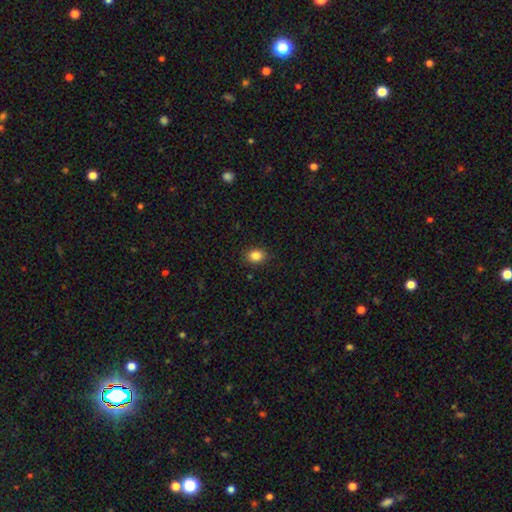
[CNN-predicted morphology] Smooth or featured? Predicted: smooth (p=0.85). How rounded? Predicted: in between (p=0.63). Merging? Predicted: none (p=0.88).